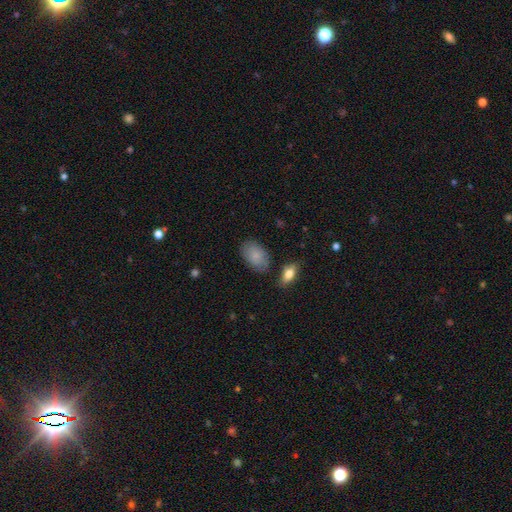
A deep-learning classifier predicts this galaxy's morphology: type=smooth (84%); roundness=in between (91%); merging=none (78%).